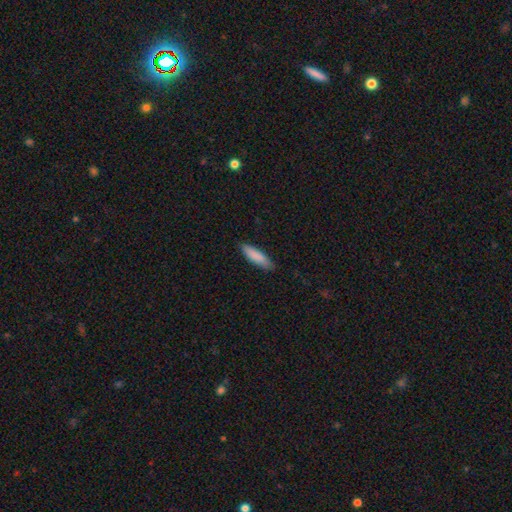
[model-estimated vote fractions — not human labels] The model was most divided on "how rounded": cigar-shaped: 64%, in between: 35%, round: 1%. More confident: smooth or featured — smooth (87%); merging — none (84%).